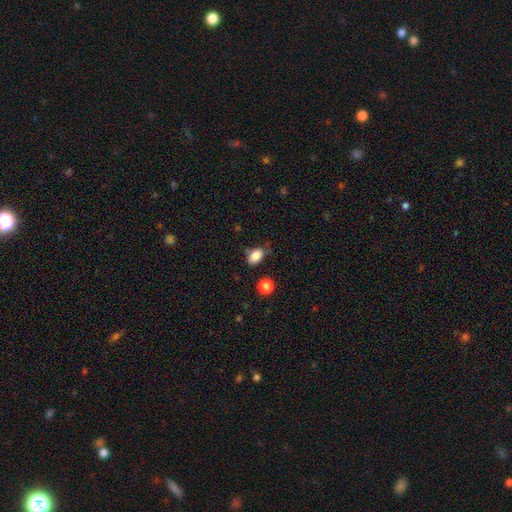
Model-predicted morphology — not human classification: A smooth galaxy with no disk features (84%) that is in between round and cigar-shaped (83%). Merging: none (68%).